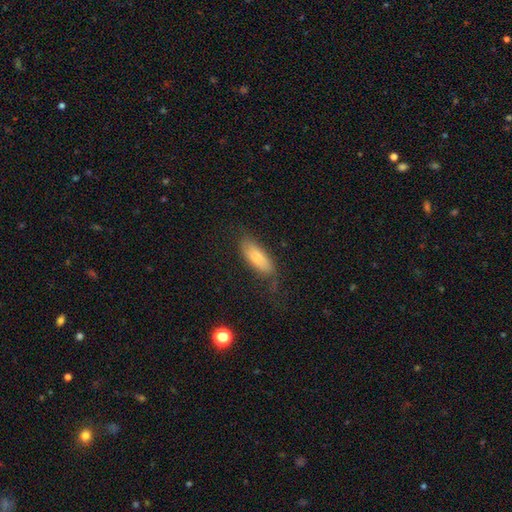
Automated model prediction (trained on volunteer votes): Morphology: type=smooth (77%); roundness=in between (64%); merging=none (63%).